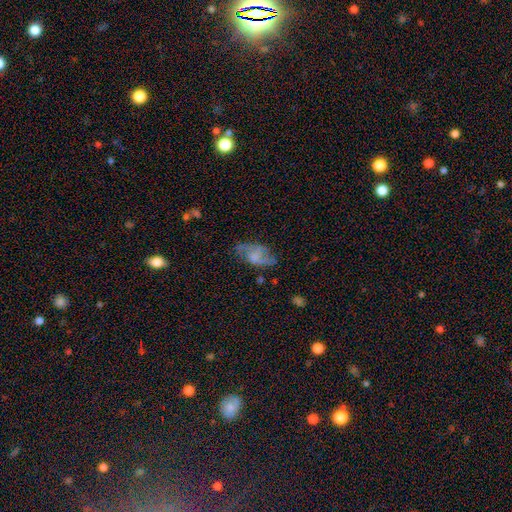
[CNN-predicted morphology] Smooth or featured: featured or disk — 57% (smooth — 33%)
Edge-on disk: no — 94% (yes — 6%)
Bar: no — 55% (weak — 36%)
Spiral arms: yes — 75% (no — 25%)
Bulge size: none — 47% (small — 22%)
Merging: none — 57% (minor disturbance — 24%)